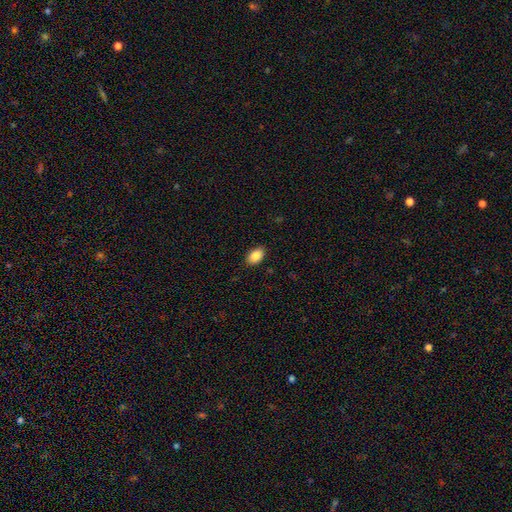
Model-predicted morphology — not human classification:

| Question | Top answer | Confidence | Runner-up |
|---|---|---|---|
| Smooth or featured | smooth | 88% | star or artifact (7%) |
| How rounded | in between | 91% | round (8%) |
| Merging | none | 88% | minor disturbance (9%) |